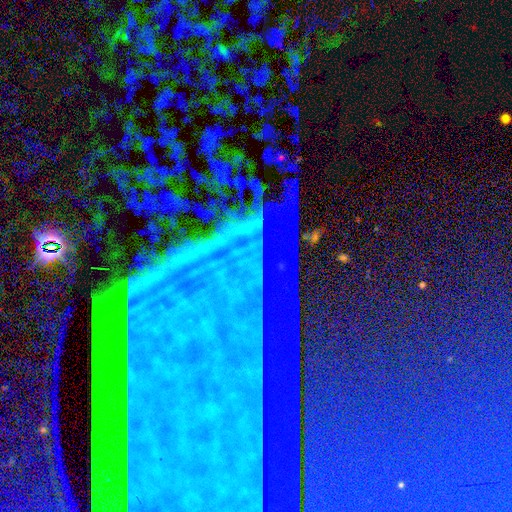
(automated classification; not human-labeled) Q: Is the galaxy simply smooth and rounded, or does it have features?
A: star or artifact — 78%.